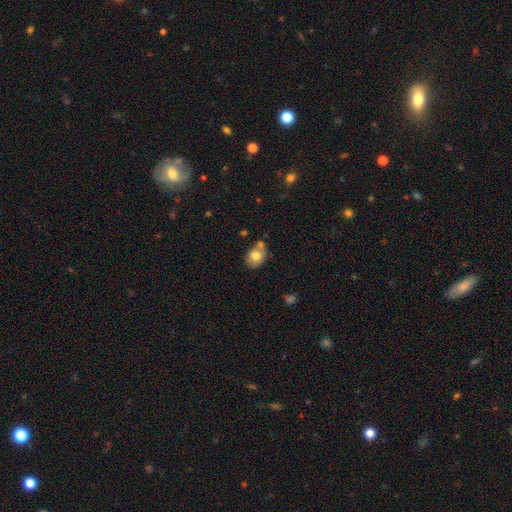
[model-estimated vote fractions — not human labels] Morphology: type=smooth (73%); roundness=in between (57%); merging=none (55%).